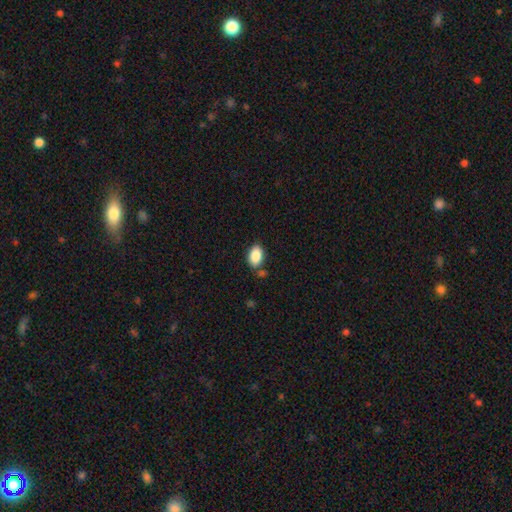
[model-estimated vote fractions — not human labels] smooth_or_featured: smooth (p=0.88) [alt: star or artifact p=0.08]
how_rounded: in between (p=0.88) [alt: round p=0.11]
merging: none (p=0.76) [alt: minor disturbance p=0.14]